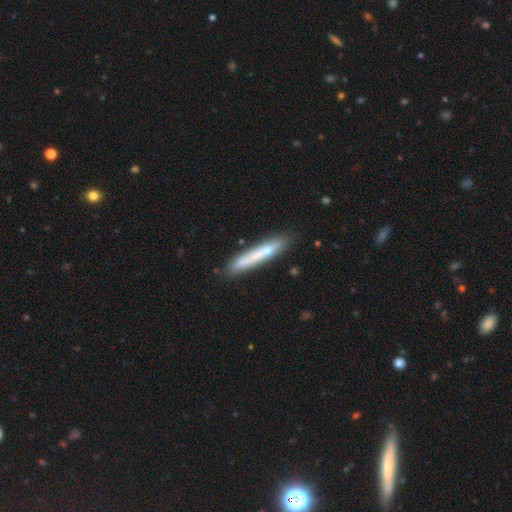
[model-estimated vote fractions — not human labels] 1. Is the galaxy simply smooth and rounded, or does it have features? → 58% smooth, 35% featured or disk, 7% star or artifact.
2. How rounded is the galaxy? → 93% cigar-shaped, 5% in between, 1% round.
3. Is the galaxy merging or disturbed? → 77% none, 15% minor disturbance, 5% merger, 3% major disturbance.